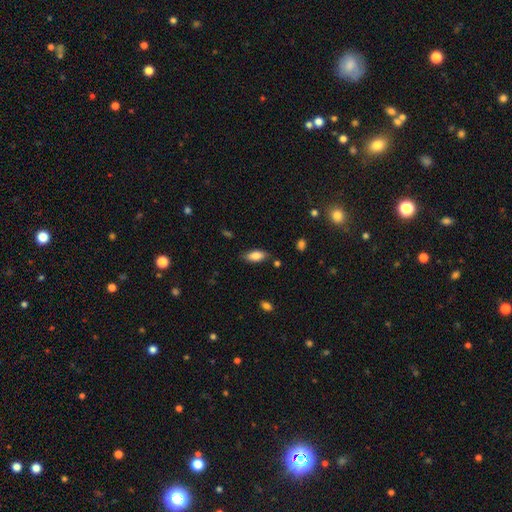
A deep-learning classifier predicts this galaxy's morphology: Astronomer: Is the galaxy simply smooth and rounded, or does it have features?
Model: smooth — 82%.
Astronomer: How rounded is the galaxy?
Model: in between — 86%.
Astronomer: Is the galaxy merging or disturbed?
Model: none — 81%.